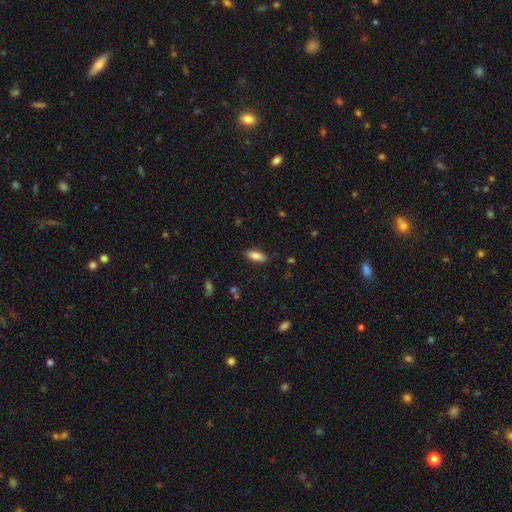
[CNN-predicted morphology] A smooth galaxy with no disk features (82%) that is in between round and cigar-shaped (78%). Merging: none (85%).